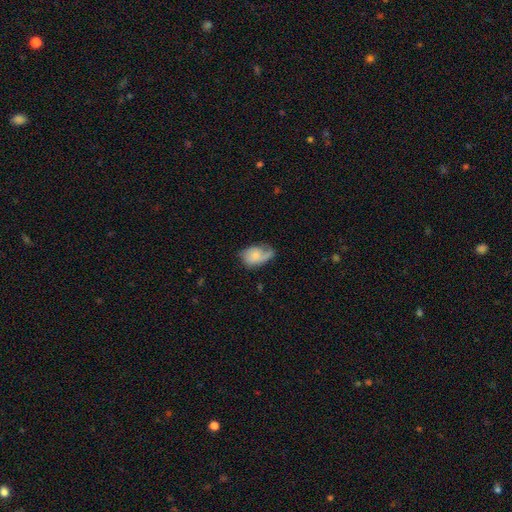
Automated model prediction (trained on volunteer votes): smooth 52%, featured or disk 40%, star or artifact 7%. Down the decision tree: how rounded — in between (82%); merging — none (41%).